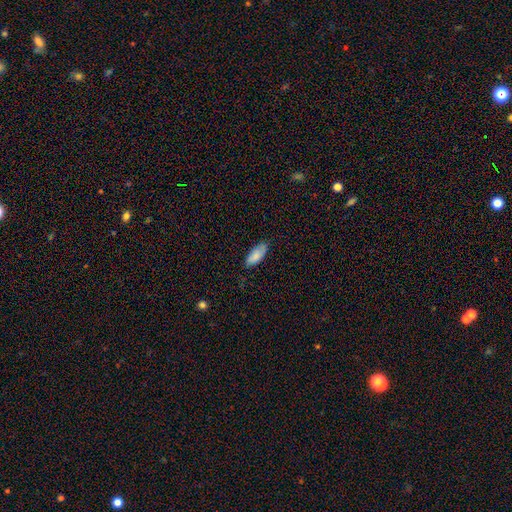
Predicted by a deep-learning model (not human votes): smooth_or_featured: smooth (p=0.85) [alt: featured or disk p=0.09]
how_rounded: in between (p=0.83) [alt: cigar-shaped p=0.16]
merging: none (p=0.75) [alt: minor disturbance p=0.21]